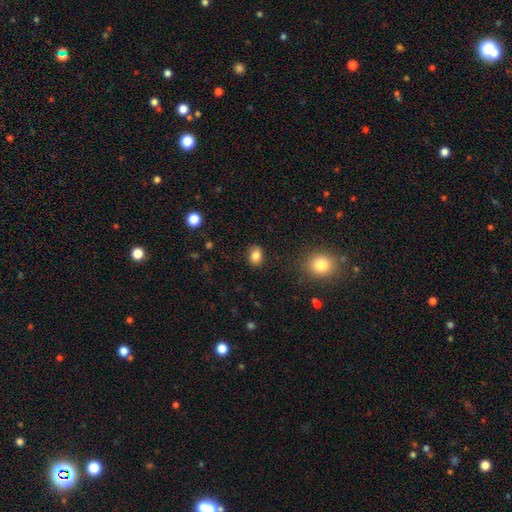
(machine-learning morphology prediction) Smooth or featured? smooth (83%)
How rounded? in between (55%)
Merging? none (85%)